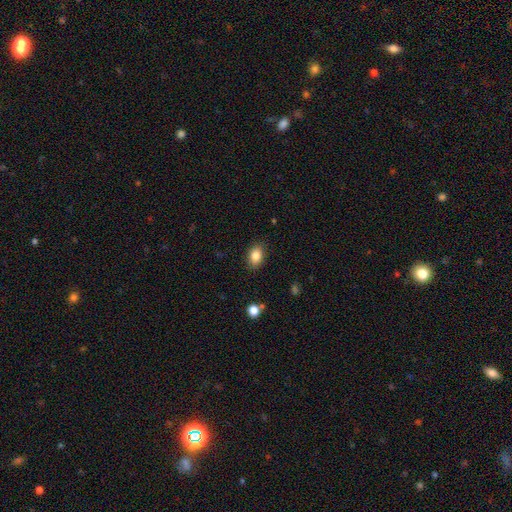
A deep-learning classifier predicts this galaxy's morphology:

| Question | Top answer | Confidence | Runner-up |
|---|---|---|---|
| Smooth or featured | smooth | 85% | star or artifact (9%) |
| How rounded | in between | 83% | round (16%) |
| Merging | none | 85% | minor disturbance (11%) |